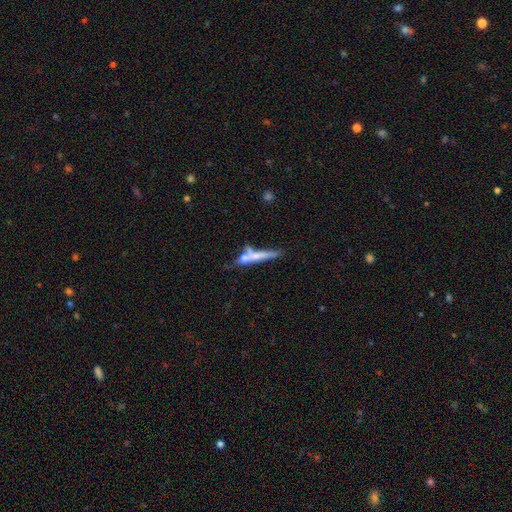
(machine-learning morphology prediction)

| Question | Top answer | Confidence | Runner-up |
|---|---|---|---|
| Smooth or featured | smooth | 48% | featured or disk (44%) |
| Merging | none | 45% | merger (34%) |